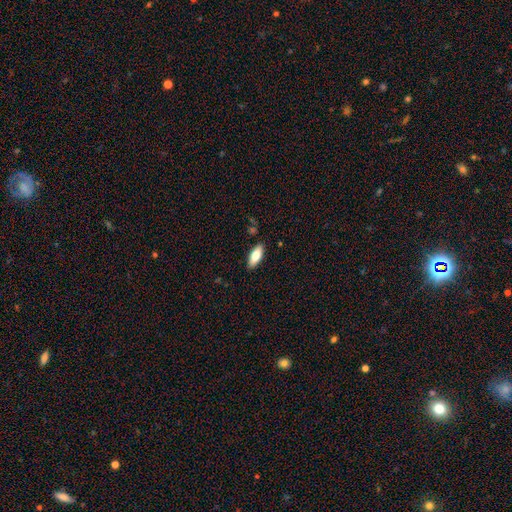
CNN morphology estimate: This appears to be a smooth galaxy with no disk features (73%) that is in between round and cigar-shaped (75%). Merging: none (88%).